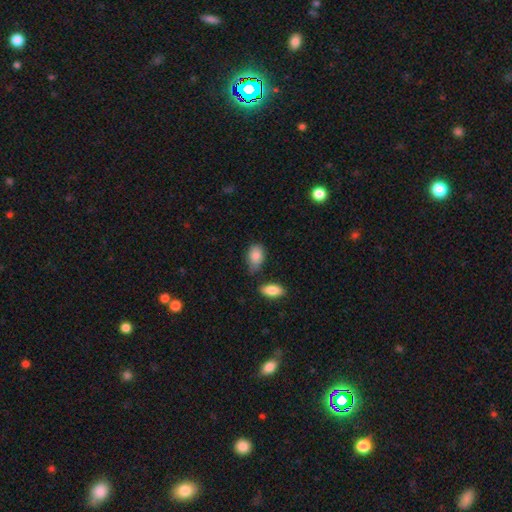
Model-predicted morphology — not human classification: smooth-or-featured: smooth: 85% | featured or disk: 8% | star or artifact: 7%
  how-rounded: in between: 87% | round: 11% | cigar-shaped: 2%
  merging: none: 53% | minor disturbance: 33% | major disturbance: 7% | merger: 7%